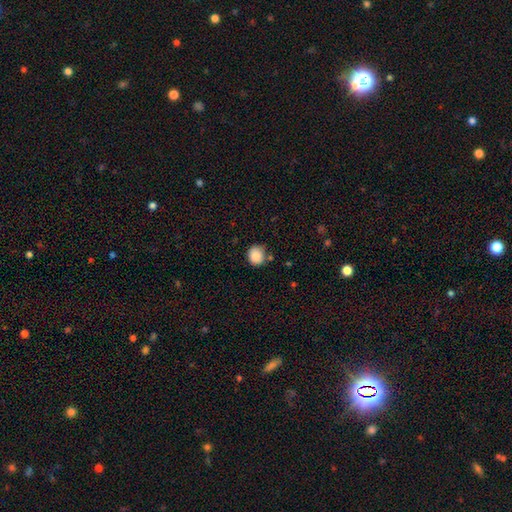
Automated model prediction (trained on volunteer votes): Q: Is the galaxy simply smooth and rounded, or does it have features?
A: smooth — 88%.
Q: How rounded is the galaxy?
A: round — 77%.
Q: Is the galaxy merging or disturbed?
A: none — 72%.